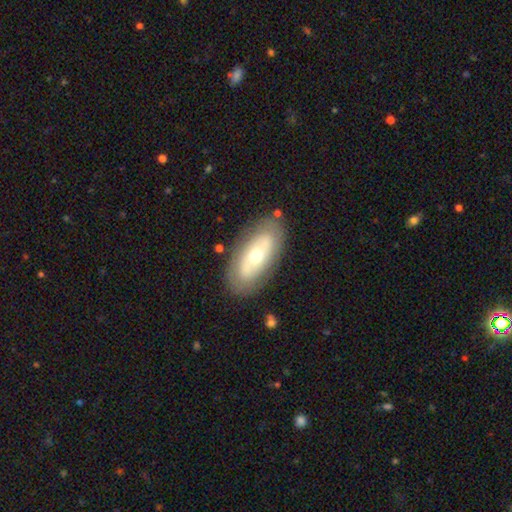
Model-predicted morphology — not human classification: Q: Smooth or featured?
A: featured or disk (51%); runner-up: smooth (43%)
Q: Edge-on disk?
A: no (85%); runner-up: yes (15%)
Q: Merging?
A: none (81%); runner-up: minor disturbance (13%)